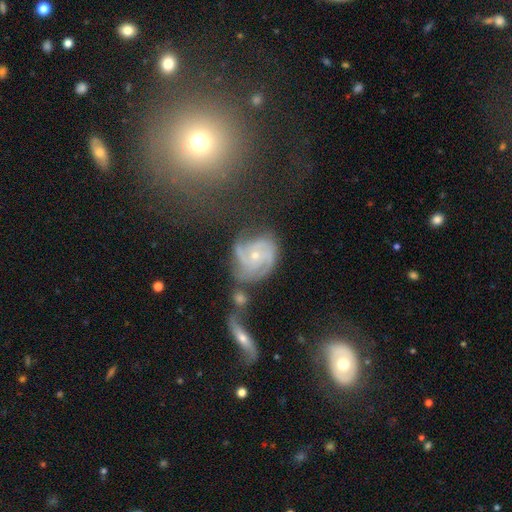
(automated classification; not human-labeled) This appears to be a featured or disk galaxy (85%) with no bar (73%), 3 (59%) tight (51%) spiral arms (97%) and a small central bulge (62%). Merging: none (51%).